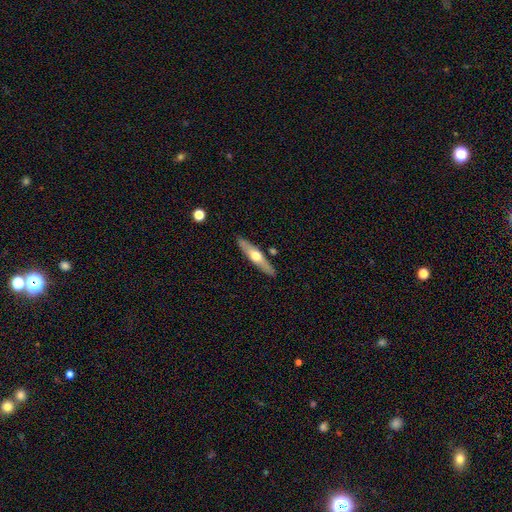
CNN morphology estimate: A featured or disk galaxy (56%) viewed edge-on (90%) with a rounded central bulge (93%).

Vote fractions:
- Smooth or featured? featured or disk: 56% / smooth: 38% / star or artifact: 5%
- Edge-on disk? yes: 90% / no: 10%
- Edge-on bulge? rounded: 93% / none: 5% / boxy: 2%
- Merging? none: 88% / minor disturbance: 8% / merger: 3% / major disturbance: 2%